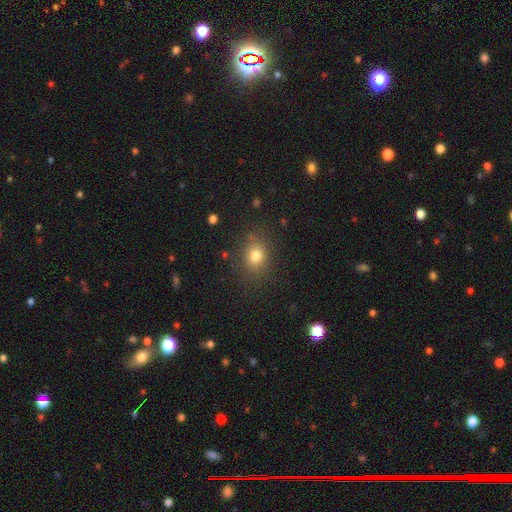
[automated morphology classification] smooth 78%, star or artifact 13%, featured or disk 9%. Down the decision tree: how rounded — round (52%); merging — none (82%).